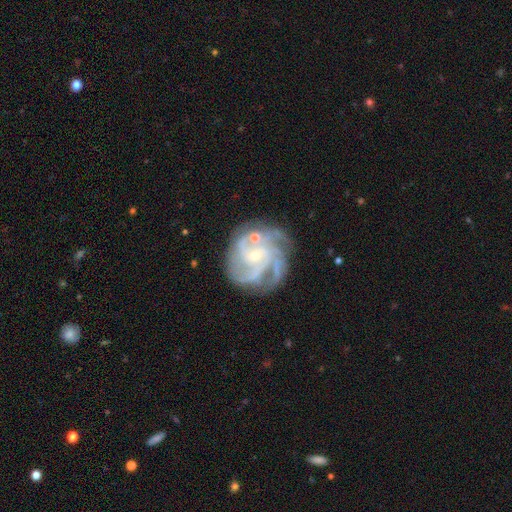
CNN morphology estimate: smooth_or_featured: featured or disk (p=0.87) [alt: star or artifact p=0.07]
disk_edge_on: no (p=0.98) [alt: yes p=0.02]
bar: no (p=0.62) [alt: weak p=0.31]
has_spiral_arms: yes (p=0.97) [alt: no p=0.03]
spiral_winding: tight (p=0.46) [alt: medium p=0.44]
spiral_arm_count: 4 (p=0.42) [alt: 3 p=0.26]
bulge_size: small (p=0.76) [alt: moderate p=0.18]
merging: none (p=0.64) [alt: minor disturbance p=0.19]